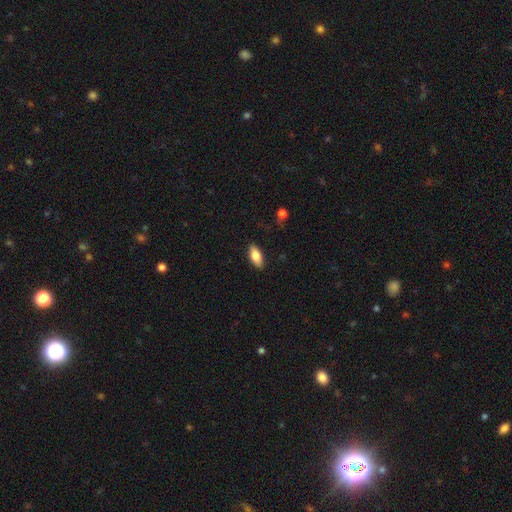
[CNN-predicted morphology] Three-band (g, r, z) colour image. It shows a smooth galaxy with no disk features (81%) that is in between round and cigar-shaped (87%). Merging: none (87%).